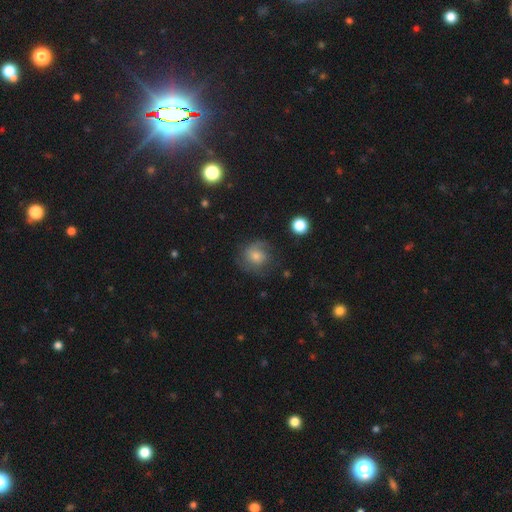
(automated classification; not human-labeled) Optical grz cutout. It shows a featured or disk galaxy (46%). Merging: none (69%).